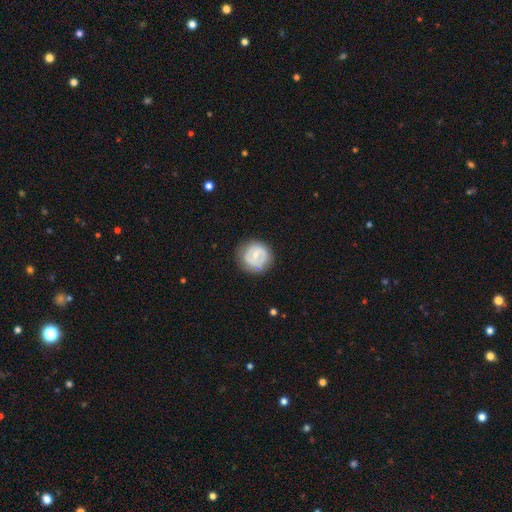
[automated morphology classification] smooth-or-featured: smooth: 48% | featured or disk: 45% | star or artifact: 7%
  merging: none: 76% | minor disturbance: 16% | major disturbance: 6% | merger: 1%